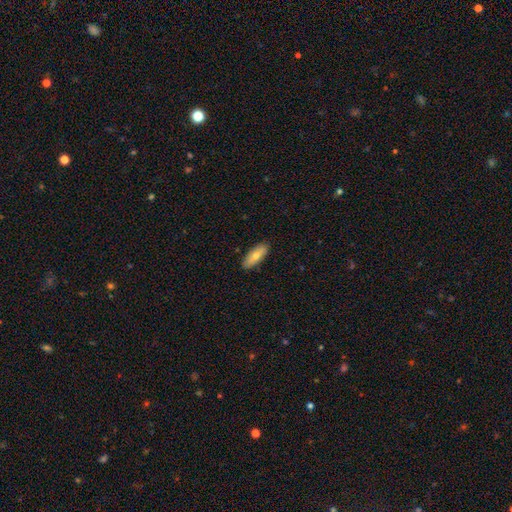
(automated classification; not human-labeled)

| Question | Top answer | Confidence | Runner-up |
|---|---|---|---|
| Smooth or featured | smooth | 71% | featured or disk (23%) |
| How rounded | in between | 72% | cigar-shaped (26%) |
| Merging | none | 87% | minor disturbance (10%) |